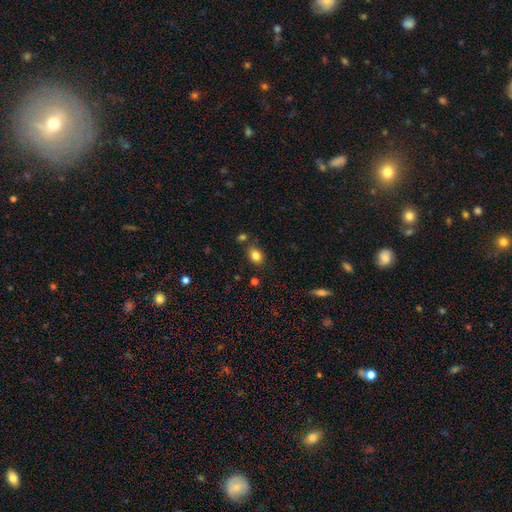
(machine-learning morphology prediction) Q: Smooth or featured?
A: smooth (83%); runner-up: star or artifact (10%)
Q: How rounded?
A: in between (67%); runner-up: round (32%)
Q: Merging?
A: none (77%); runner-up: minor disturbance (12%)